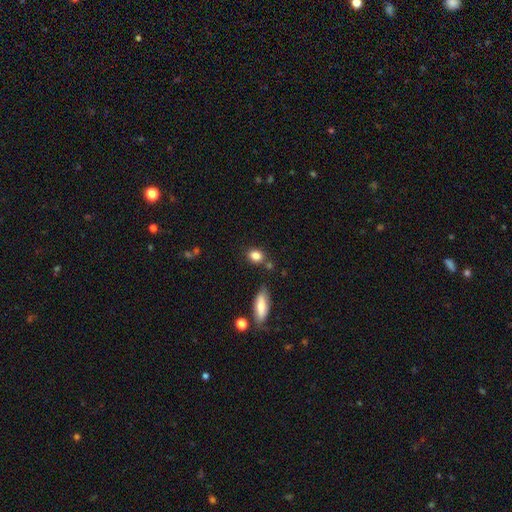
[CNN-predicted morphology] This is clearly a smooth galaxy (83%). How rounded: possibly in between (56%). Merging: likely none (73%).